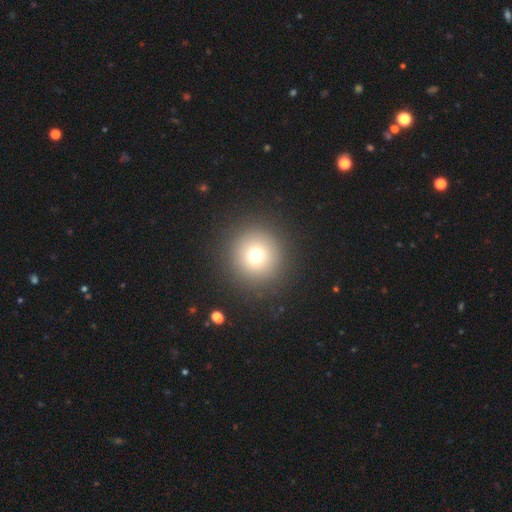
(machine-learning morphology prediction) Smooth or featured? smooth (72%)
How rounded? round (96%)
Merging? none (90%)